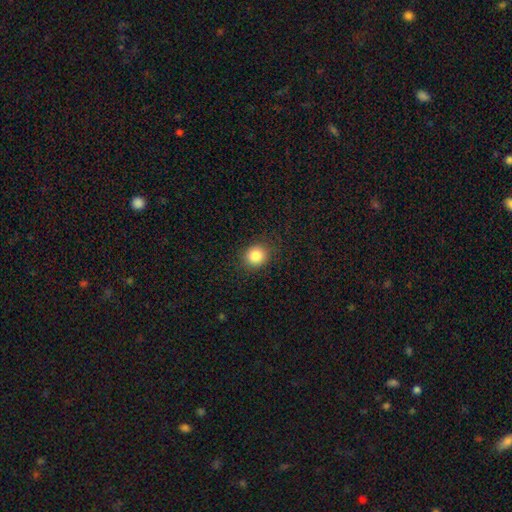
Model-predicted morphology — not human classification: Smooth or featured? Predicted: smooth (p=0.85). How rounded? Predicted: round (p=0.81). Merging? Predicted: none (p=0.88).